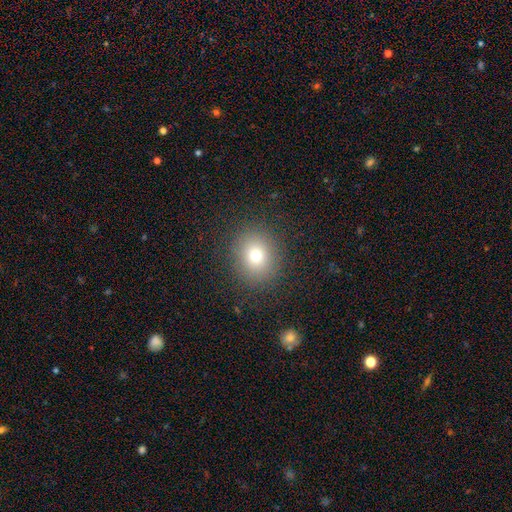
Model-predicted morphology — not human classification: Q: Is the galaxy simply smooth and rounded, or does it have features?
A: smooth — 74%.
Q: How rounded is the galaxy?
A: round — 75%.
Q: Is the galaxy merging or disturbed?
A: none — 88%.